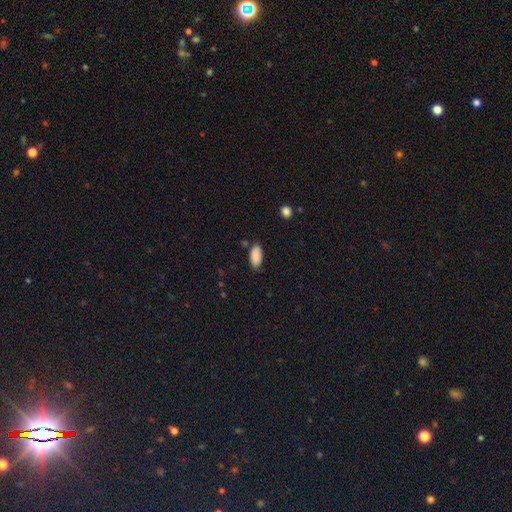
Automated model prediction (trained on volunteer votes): smooth 89%, star or artifact 7%, featured or disk 4%. Down the decision tree: how rounded — in between (91%); merging — none (73%).